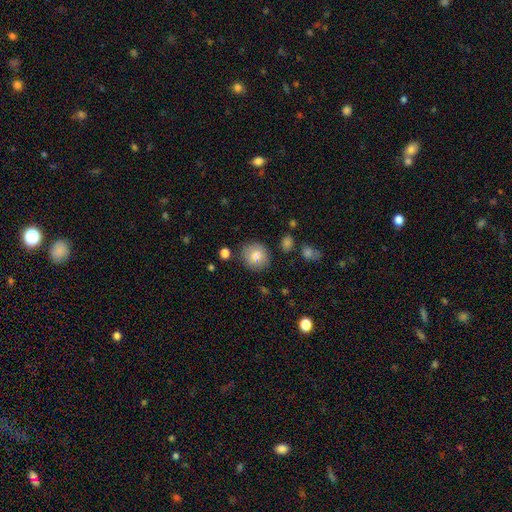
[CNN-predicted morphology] smooth-or-featured: smooth: 78% | featured or disk: 14% | star or artifact: 9%
  how-rounded: round: 86% | in between: 13% | cigar-shaped: 1%
  merging: none: 83% | minor disturbance: 11% | merger: 3% | major disturbance: 3%